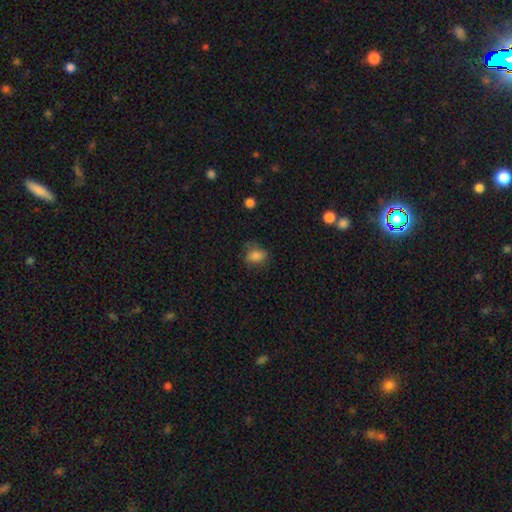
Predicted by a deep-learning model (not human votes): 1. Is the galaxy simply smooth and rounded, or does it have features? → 81% smooth, 10% star or artifact, 9% featured or disk.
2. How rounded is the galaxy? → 66% in between, 32% round, 2% cigar-shaped.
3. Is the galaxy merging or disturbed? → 64% none, 25% minor disturbance, 10% major disturbance, 1% merger.